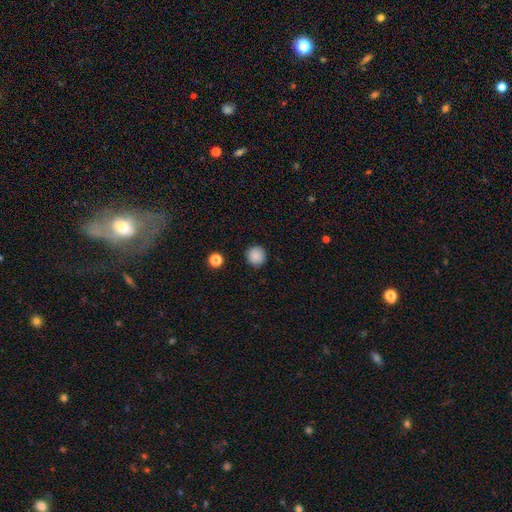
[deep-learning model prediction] The model was most divided on "smooth or featured": smooth: 88%, star or artifact: 9%, featured or disk: 3%. More confident: how rounded — round (95%); merging — none (91%).